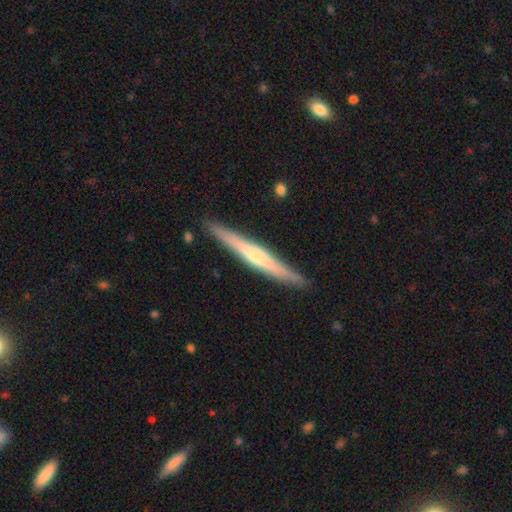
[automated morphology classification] type=featured or disk (61%); edge-on=yes (97%); edge-on bulge=rounded (61%); merging=none (90%).